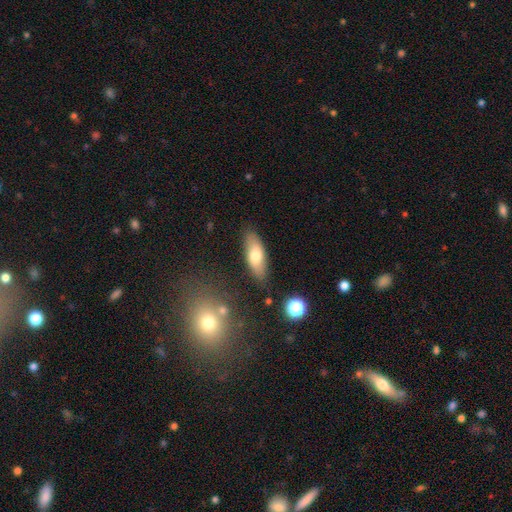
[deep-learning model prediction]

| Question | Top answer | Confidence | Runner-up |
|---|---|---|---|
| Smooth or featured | smooth | 70% | featured or disk (23%) |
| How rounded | in between | 69% | cigar-shaped (28%) |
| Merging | none | 82% | minor disturbance (13%) |